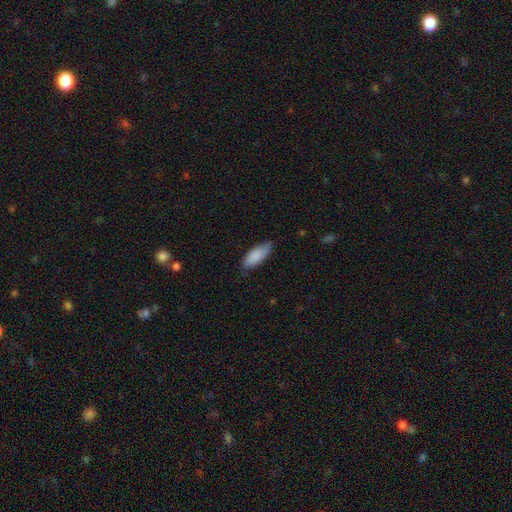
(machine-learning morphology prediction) smooth_or_featured: smooth (p=0.87) [alt: featured or disk p=0.07]
how_rounded: in between (p=0.76) [alt: cigar-shaped p=0.22]
merging: none (p=0.73) [alt: minor disturbance p=0.22]